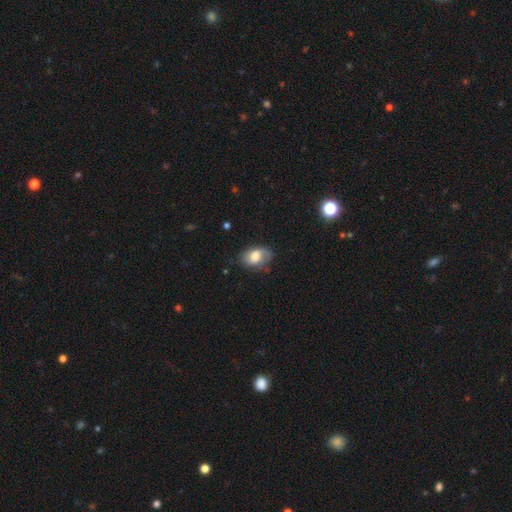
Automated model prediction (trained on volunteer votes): smooth-or-featured: smooth: 64% | featured or disk: 28% | star or artifact: 8%
  how-rounded: in between: 84% | round: 14% | cigar-shaped: 1%
  merging: none: 63% | minor disturbance: 27% | major disturbance: 8% | merger: 2%